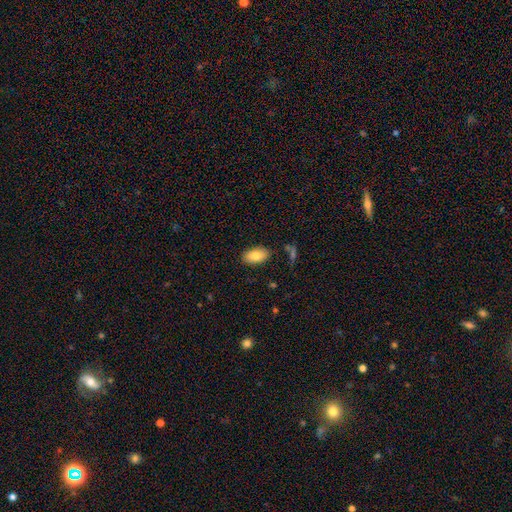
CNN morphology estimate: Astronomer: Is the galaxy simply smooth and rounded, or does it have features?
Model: smooth — 82%.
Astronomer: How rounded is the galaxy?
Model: in between — 94%.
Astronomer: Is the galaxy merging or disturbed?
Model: none — 85%.